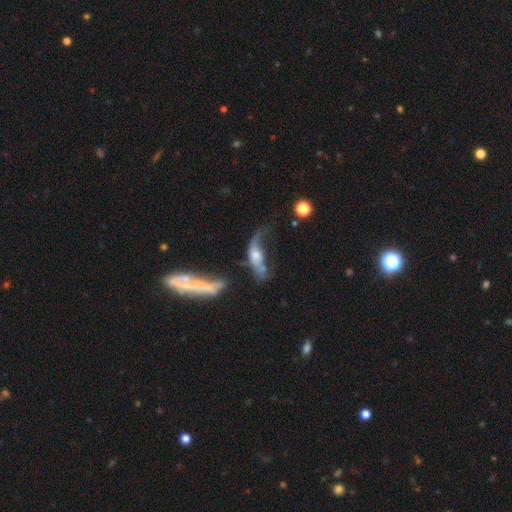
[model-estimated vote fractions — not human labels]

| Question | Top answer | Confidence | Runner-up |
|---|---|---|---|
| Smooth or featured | featured or disk | 57% | smooth (34%) |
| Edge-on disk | no | 71% | yes (29%) |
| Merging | major disturbance | 38% | none (23%) |